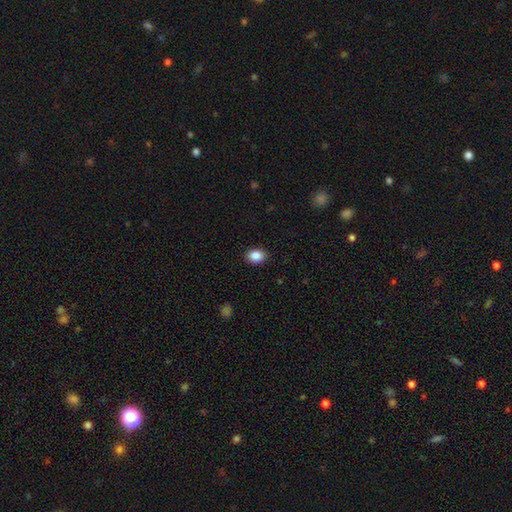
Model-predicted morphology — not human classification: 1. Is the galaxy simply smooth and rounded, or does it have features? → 88% smooth, 9% star or artifact, 3% featured or disk.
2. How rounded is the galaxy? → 60% in between, 39% round, 1% cigar-shaped.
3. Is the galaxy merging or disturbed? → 89% none, 8% minor disturbance, 2% major disturbance, 1% merger.